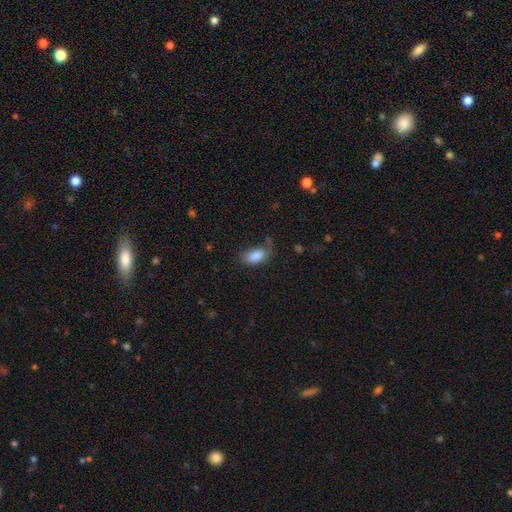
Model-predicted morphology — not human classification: Overall: smooth (86%). How rounded: in between (93%). Merging: none (63%; minor disturbance 25%).